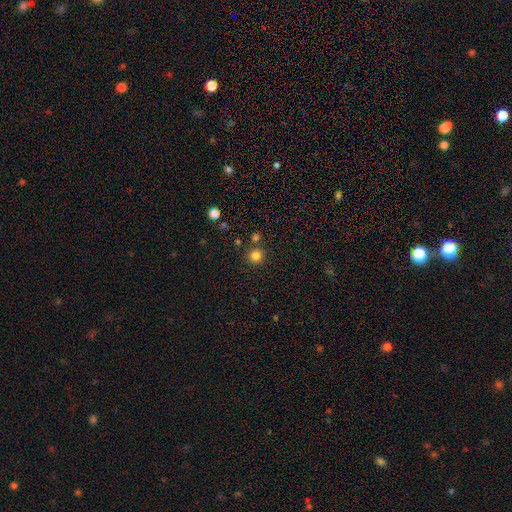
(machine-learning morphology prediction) This appears to be a smooth galaxy with no disk features (82%) that is round (94%). Merging: none (81%).